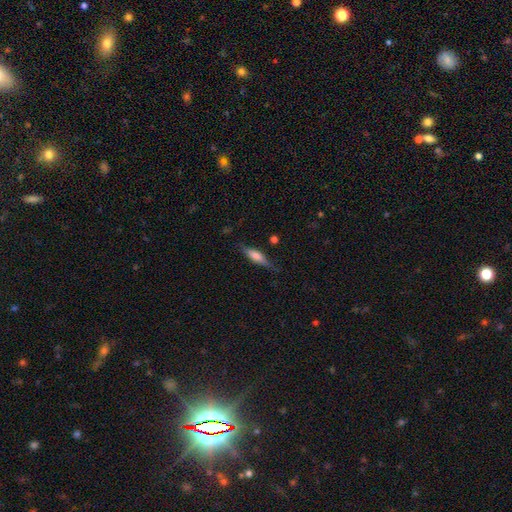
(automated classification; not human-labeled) smooth-or-featured: smooth: 51% | featured or disk: 42% | star or artifact: 7%
  how-rounded: cigar-shaped: 65% | in between: 33% | round: 2%
  merging: none: 76% | minor disturbance: 17% | major disturbance: 4% | merger: 2%